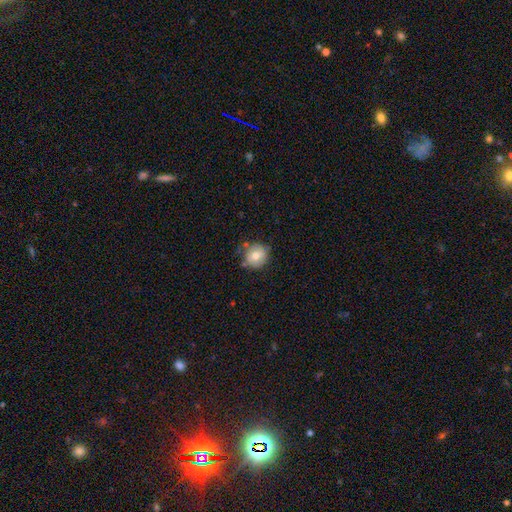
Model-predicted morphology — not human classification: smooth_or_featured: smooth (p=0.71) [alt: featured or disk p=0.21]
how_rounded: round (p=0.88) [alt: in between p=0.12]
merging: none (p=0.70) [alt: minor disturbance p=0.21]